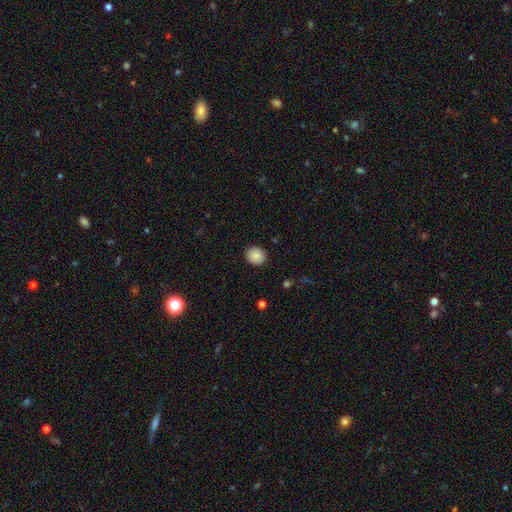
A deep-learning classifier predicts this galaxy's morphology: A smooth galaxy with no disk features (87%) that is round (86%).

Vote fractions:
- Smooth or featured? smooth: 87% / star or artifact: 8% / featured or disk: 4%
- How rounded? round: 86% / in between: 13% / cigar-shaped: 1%
- Merging? none: 91% / minor disturbance: 6% / major disturbance: 2% / merger: 1%